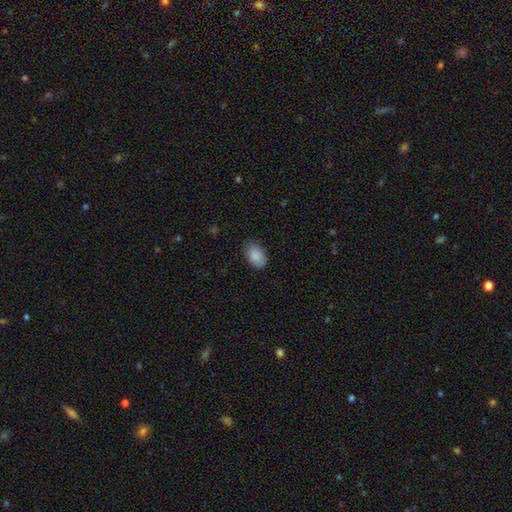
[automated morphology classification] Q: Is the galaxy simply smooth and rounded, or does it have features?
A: smooth — 89%.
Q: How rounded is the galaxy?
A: in between — 89%.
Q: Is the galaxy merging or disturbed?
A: none — 78%.